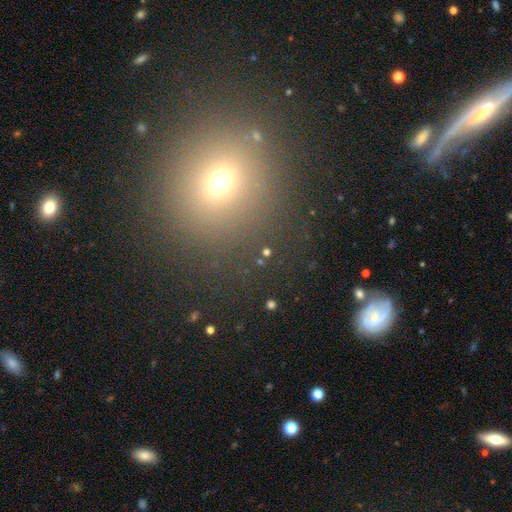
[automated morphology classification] smooth_or_featured: smooth (p=0.56) [alt: star or artifact p=0.31]
how_rounded: round (p=0.89) [alt: in between p=0.09]
merging: none (p=0.86) [alt: minor disturbance p=0.07]